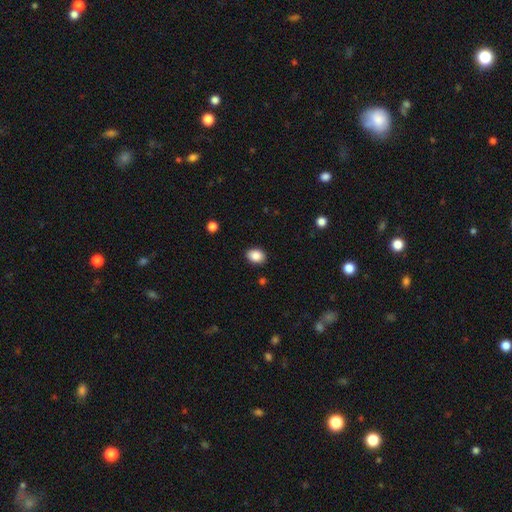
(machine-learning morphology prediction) This is clearly a smooth galaxy (88%). How rounded: likely in between (68%). Merging: clearly none (88%).